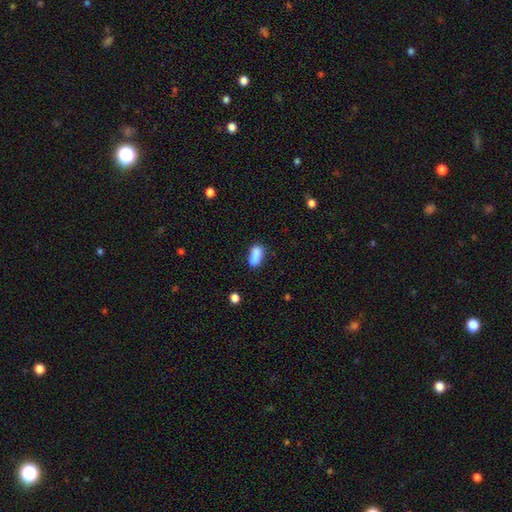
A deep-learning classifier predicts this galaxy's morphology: smooth_or_featured: smooth (p=0.85) [alt: star or artifact p=0.08]
how_rounded: in between (p=0.80) [alt: cigar-shaped p=0.16]
merging: none (p=0.64) [alt: minor disturbance p=0.21]